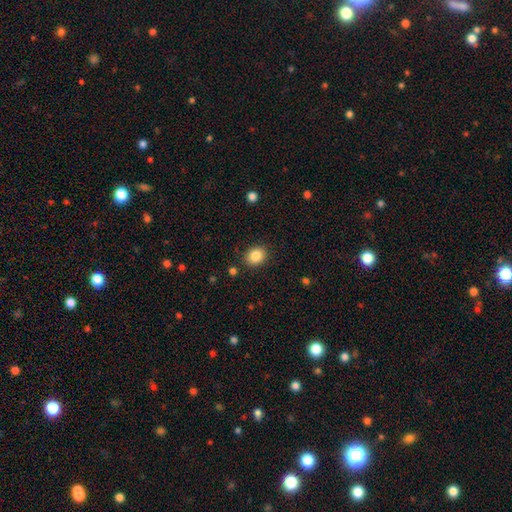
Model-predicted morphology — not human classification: type=smooth (86%); roundness=in between (50%); merging=none (87%).